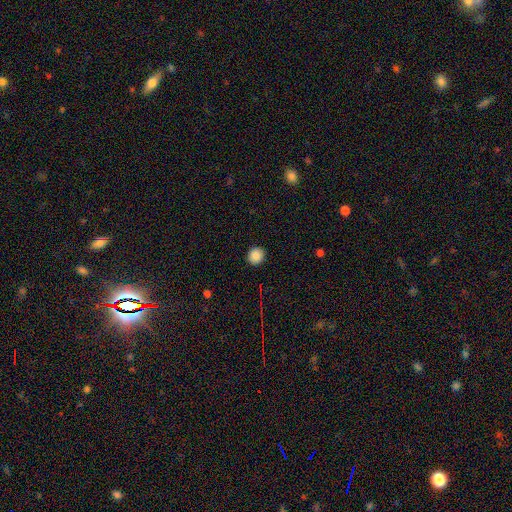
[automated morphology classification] A smooth galaxy with no disk features (87%) that is round (86%).

Vote fractions:
- Smooth or featured? smooth: 87% / star or artifact: 10% / featured or disk: 4%
- How rounded? round: 86% / in between: 13% / cigar-shaped: 1%
- Merging? none: 91% / minor disturbance: 6% / major disturbance: 2% / merger: 1%